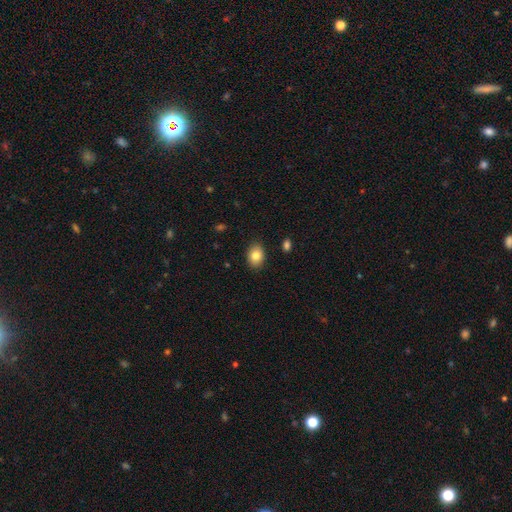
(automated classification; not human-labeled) smooth_or_featured: smooth (p=0.83) [alt: featured or disk p=0.09]
how_rounded: in between (p=0.70) [alt: round p=0.29]
merging: none (p=0.89) [alt: minor disturbance p=0.08]